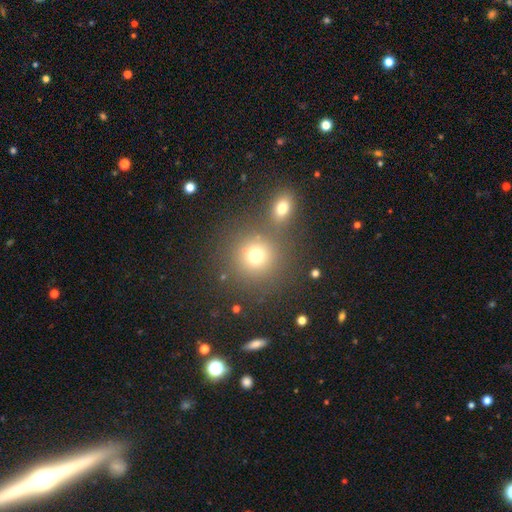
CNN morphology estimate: Overall: smooth (73%). How rounded: round (89%). Merging: none (66%).